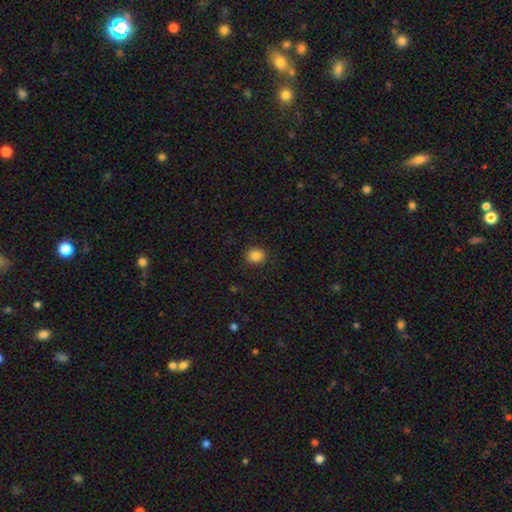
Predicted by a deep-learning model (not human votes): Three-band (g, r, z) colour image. It shows a smooth galaxy with no disk features (84%) that is round (75%). Merging: none (89%).